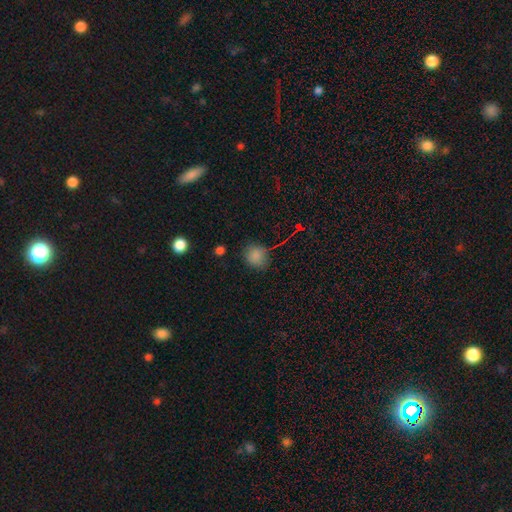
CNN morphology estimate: Smooth or featured: smooth — 81% (star or artifact — 14%)
How rounded: round — 82% (in between — 17%)
Merging: none — 77% (minor disturbance — 16%)